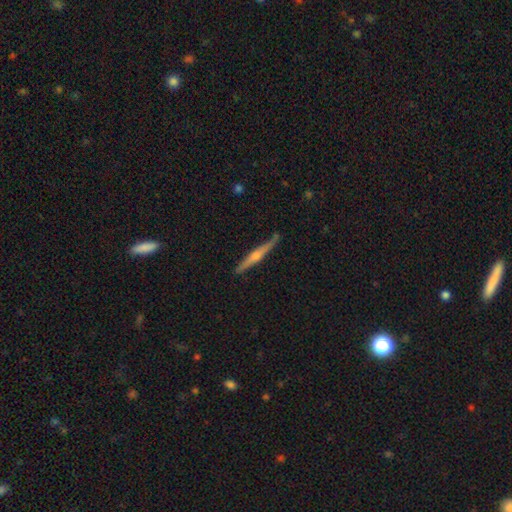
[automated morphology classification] A featured or disk galaxy (75%) viewed edge-on (97%) with a rounded central bulge (83%).

Vote fractions:
- Smooth or featured? featured or disk: 75% / smooth: 18% / star or artifact: 7%
- Edge-on disk? yes: 97% / no: 3%
- Edge-on bulge? rounded: 83% / none: 10% / boxy: 6%
- Merging? none: 89% / minor disturbance: 8% / major disturbance: 2% / merger: 1%